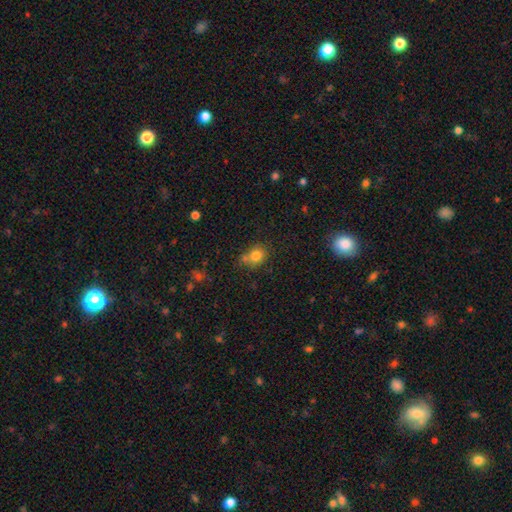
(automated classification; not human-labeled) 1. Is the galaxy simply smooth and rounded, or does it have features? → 79% smooth, 12% star or artifact, 9% featured or disk.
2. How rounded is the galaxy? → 57% round, 41% in between, 1% cigar-shaped.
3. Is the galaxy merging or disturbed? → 53% none, 22% minor disturbance, 18% merger, 7% major disturbance.